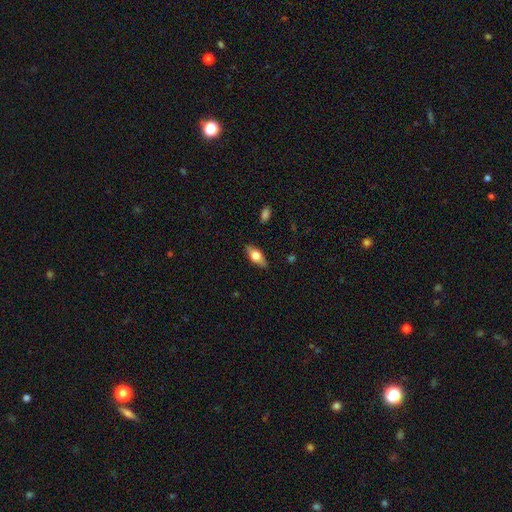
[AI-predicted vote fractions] smooth-or-featured: smooth: 59% | featured or disk: 34% | star or artifact: 7%
  how-rounded: in between: 80% | cigar-shaped: 15% | round: 5%
  merging: none: 84% | minor disturbance: 12% | major disturbance: 3% | merger: 1%